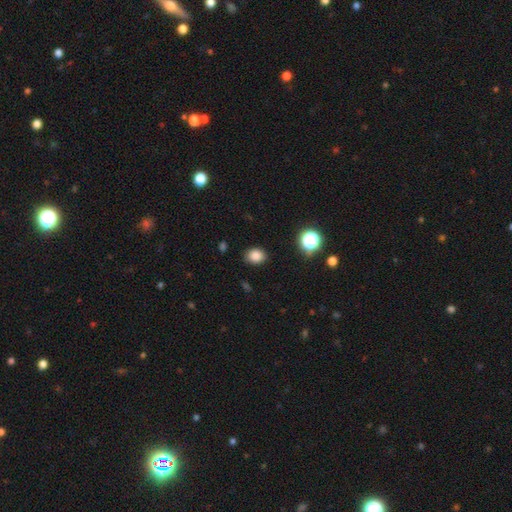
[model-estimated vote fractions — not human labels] Overall: smooth (84%). How rounded: round (51%; in between 48%). Merging: none (85%).